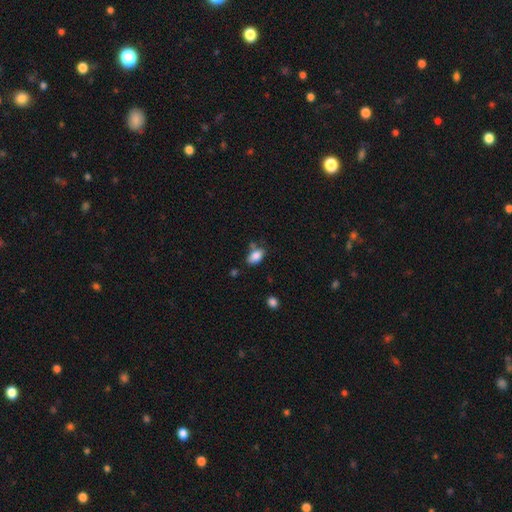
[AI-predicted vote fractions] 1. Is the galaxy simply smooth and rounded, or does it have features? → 84% smooth, 8% star or artifact, 7% featured or disk.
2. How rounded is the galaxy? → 91% in between, 7% round, 2% cigar-shaped.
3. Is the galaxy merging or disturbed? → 60% none, 23% minor disturbance, 11% merger, 6% major disturbance.